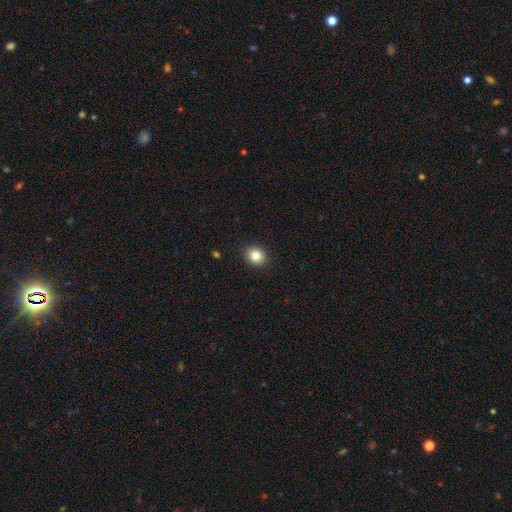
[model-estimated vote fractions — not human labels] smooth 83%, star or artifact 10%, featured or disk 7%. Down the decision tree: how rounded — round (77%); merging — none (92%).